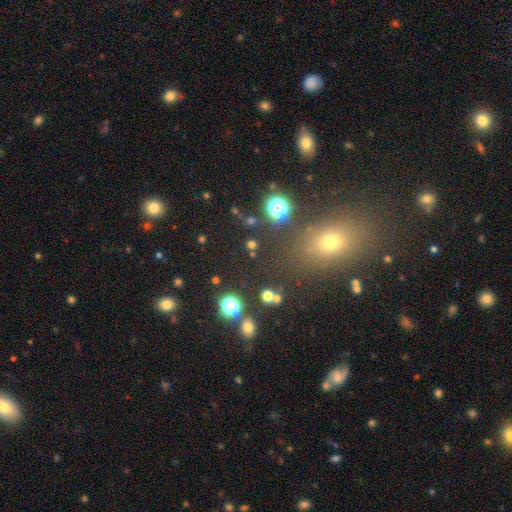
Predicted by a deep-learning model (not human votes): smooth 56%, star or artifact 33%, featured or disk 11%. Down the decision tree: how rounded — in between (61%); merging — none (82%).